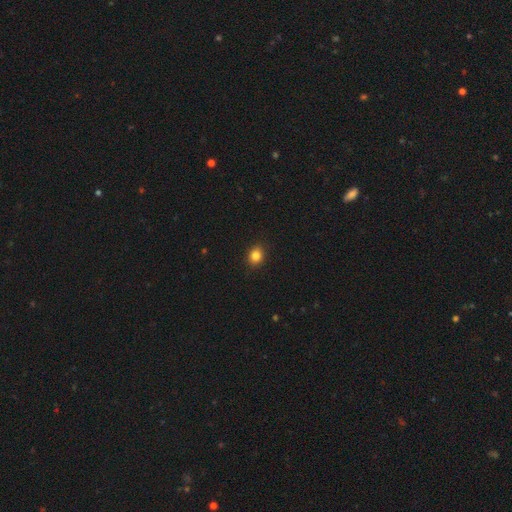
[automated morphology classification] Smooth or featured: smooth — 84% (star or artifact — 11%)
How rounded: round — 62% (in between — 37%)
Merging: none — 91% (minor disturbance — 7%)